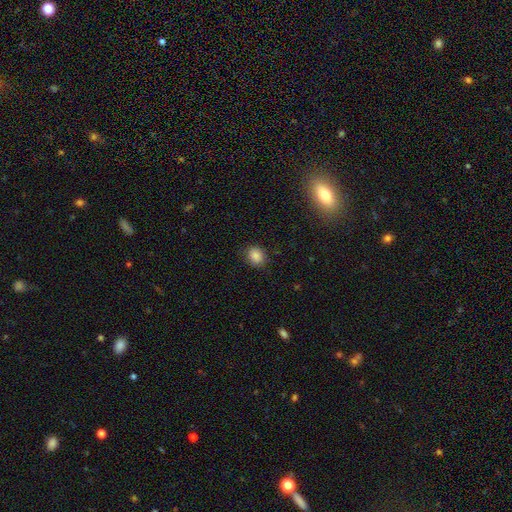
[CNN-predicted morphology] A smooth galaxy with no disk features (86%) that is round (60%).

Vote fractions:
- Smooth or featured? smooth: 86% / star or artifact: 10% / featured or disk: 4%
- How rounded? round: 60% / in between: 39% / cigar-shaped: 1%
- Merging? none: 84% / minor disturbance: 12% / major disturbance: 3% / merger: 1%